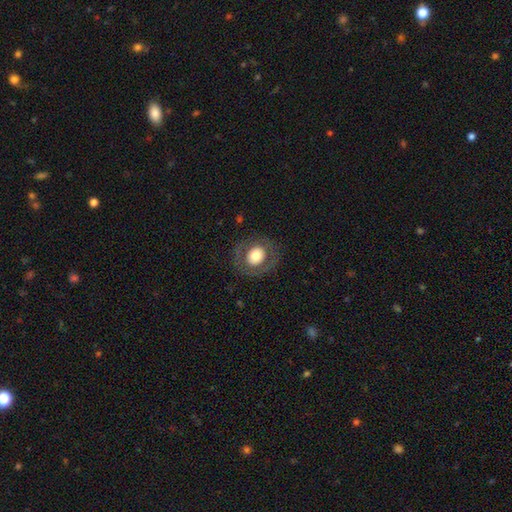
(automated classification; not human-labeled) This appears to be a smooth galaxy with no disk features (60%) that is round (74%). Merging: none (80%).